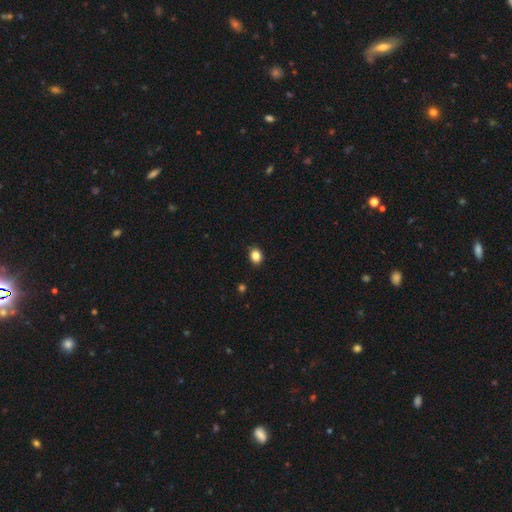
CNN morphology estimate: Smooth or featured? smooth (85%)
How rounded? round (57%)
Merging? none (88%)